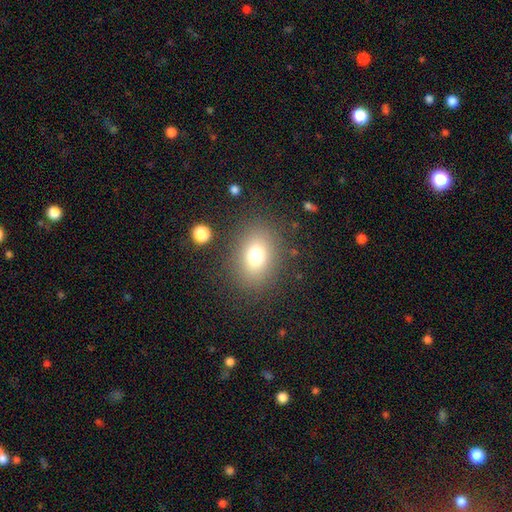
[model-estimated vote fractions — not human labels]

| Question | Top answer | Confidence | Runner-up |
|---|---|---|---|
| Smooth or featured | smooth | 75% | star or artifact (13%) |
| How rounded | in between | 62% | round (37%) |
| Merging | none | 84% | minor disturbance (9%) |